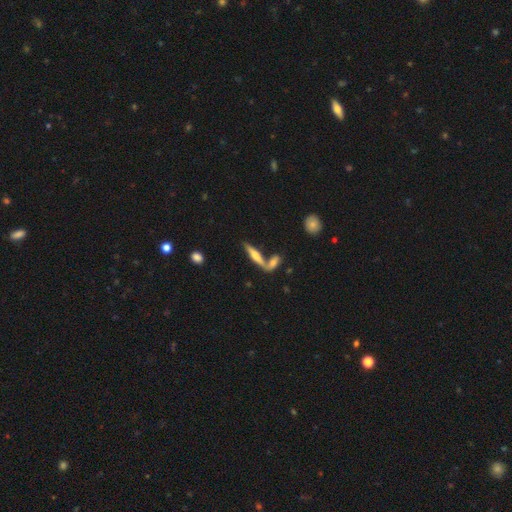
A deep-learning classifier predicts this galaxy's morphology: This appears to be a featured or disk galaxy (52%) viewed edge-on (89%). Merging: none (47%).